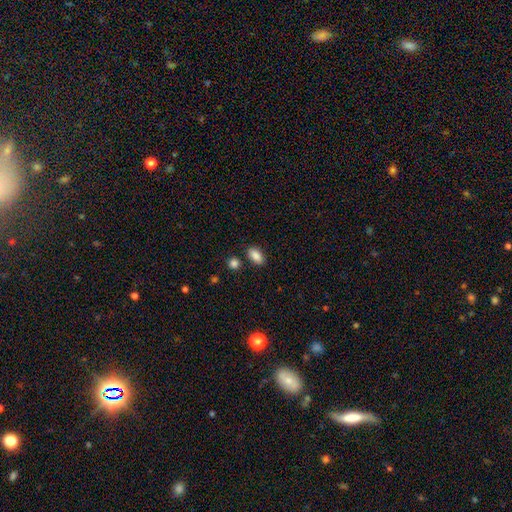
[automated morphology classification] A smooth galaxy with no disk features (88%) that is in between round and cigar-shaped (90%). Merging: none (82%).